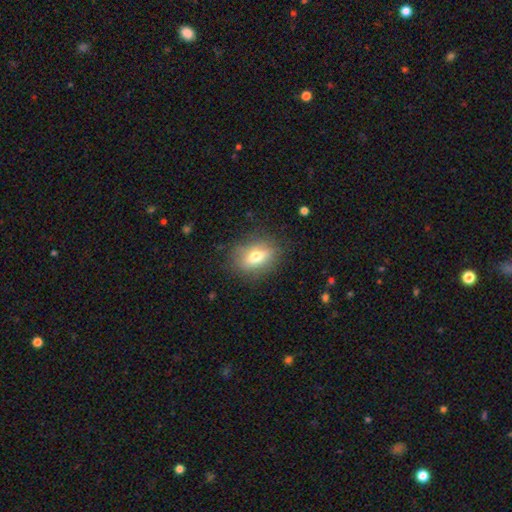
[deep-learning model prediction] Smooth or featured: smooth — 53% (featured or disk — 38%)
How rounded: in between — 66% (round — 24%)
Merging: none — 82% (minor disturbance — 13%)